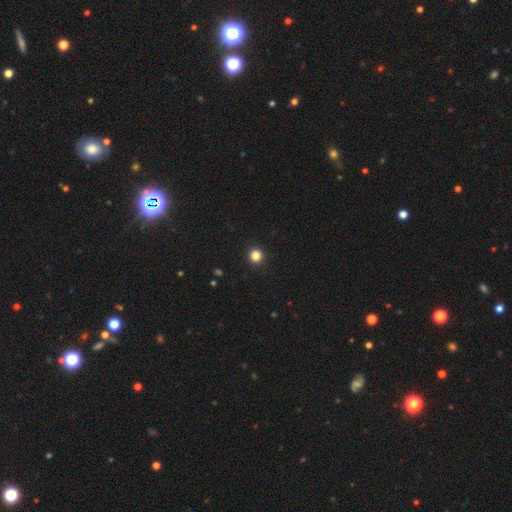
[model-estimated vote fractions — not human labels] Smooth or featured? Predicted: smooth (p=0.84). How rounded? Predicted: round (p=0.94). Merging? Predicted: none (p=0.93).